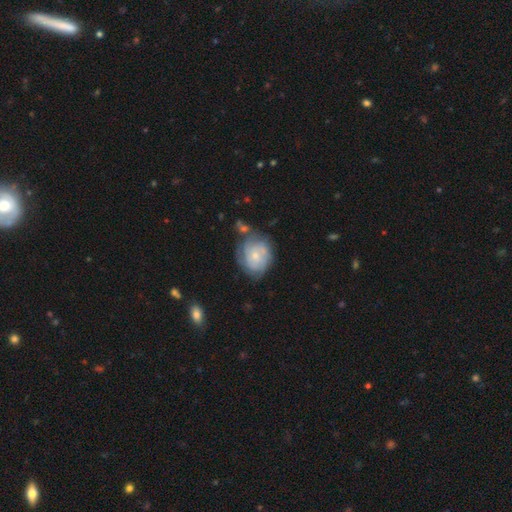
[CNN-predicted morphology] A featured or disk galaxy (63%) with no bar (80%), tight (66%) spiral arms (83%) and a small central bulge (67%).

Vote fractions:
- Smooth or featured? featured or disk: 63% / smooth: 30% / star or artifact: 7%
- Edge-on disk? no: 98% / yes: 2%
- Bar? no: 80% / weak: 18% / strong: 2%
- Spiral arms? yes: 83% / no: 17%
- Spiral winding? tight: 66% / medium: 25% / loose: 9%
- Spiral arm count? can't tell: 48% / 3: 16% / 2: 16% / 4: 11% / 1: 5% / more than 4: 5%
- Bulge size? small: 67% / moderate: 28% / none: 2% / large: 2% / dominant: 1%
- Merging? none: 55% / minor disturbance: 25% / major disturbance: 11% / merger: 9%